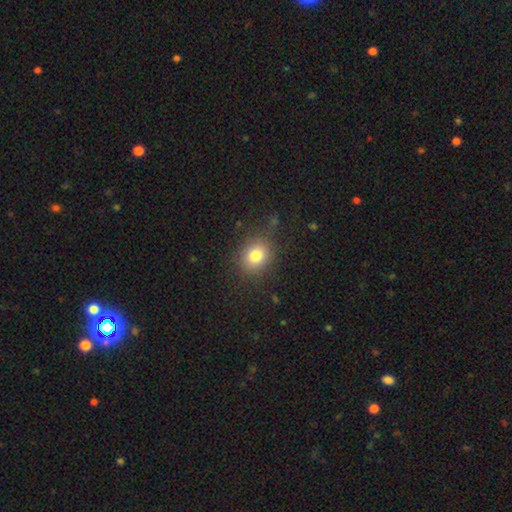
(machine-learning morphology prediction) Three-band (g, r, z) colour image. It shows a smooth galaxy with no disk features (79%) that is round (64%). Merging: none (83%).